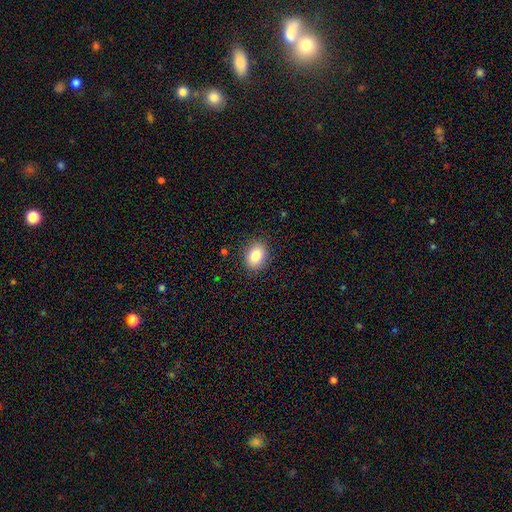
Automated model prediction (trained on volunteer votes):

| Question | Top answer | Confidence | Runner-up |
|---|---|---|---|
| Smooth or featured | smooth | 84% | star or artifact (9%) |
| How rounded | in between | 58% | round (41%) |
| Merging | none | 88% | minor disturbance (9%) |